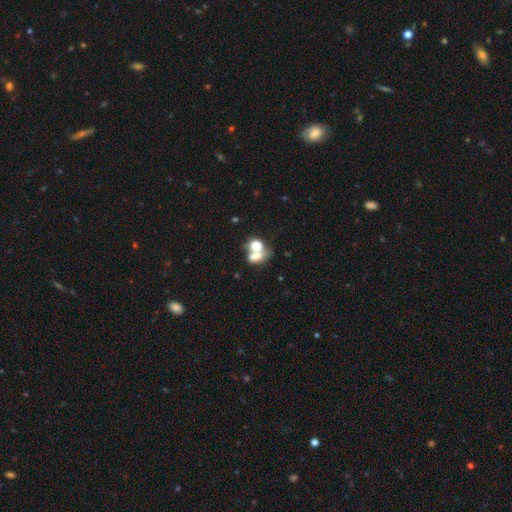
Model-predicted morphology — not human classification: A smooth galaxy with no disk features (67%) that is in between round and cigar-shaped (60%). Merging: merger (66%).